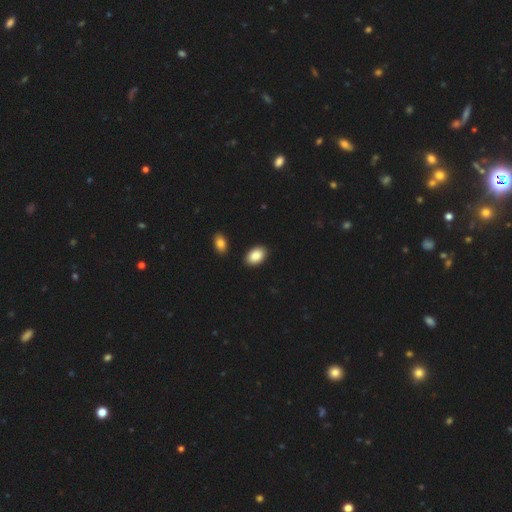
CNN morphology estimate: smooth_or_featured: smooth (p=0.89) [alt: star or artifact p=0.07]
how_rounded: in between (p=0.91) [alt: round p=0.08]
merging: none (p=0.88) [alt: minor disturbance p=0.08]